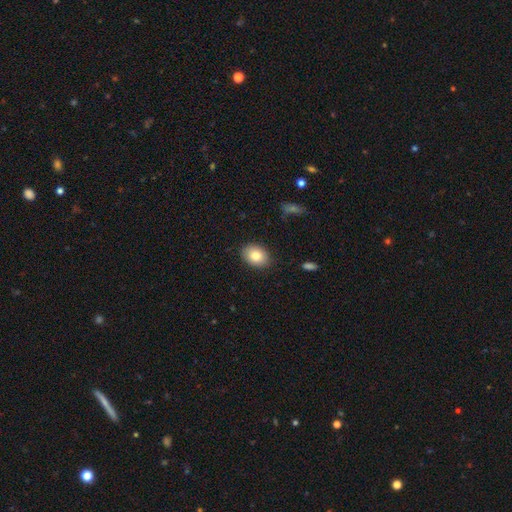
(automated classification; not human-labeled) Smooth or featured: smooth — 81% (featured or disk — 11%)
How rounded: in between — 70% (round — 29%)
Merging: none — 86% (minor disturbance — 11%)